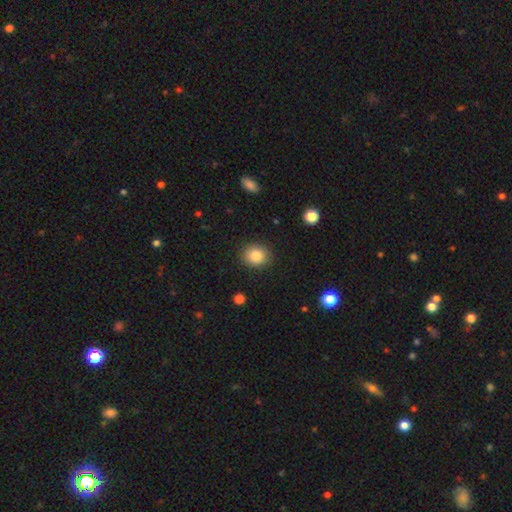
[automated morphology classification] Smooth or featured: smooth — 84% (star or artifact — 9%)
How rounded: round — 73% (in between — 26%)
Merging: none — 89% (minor disturbance — 8%)